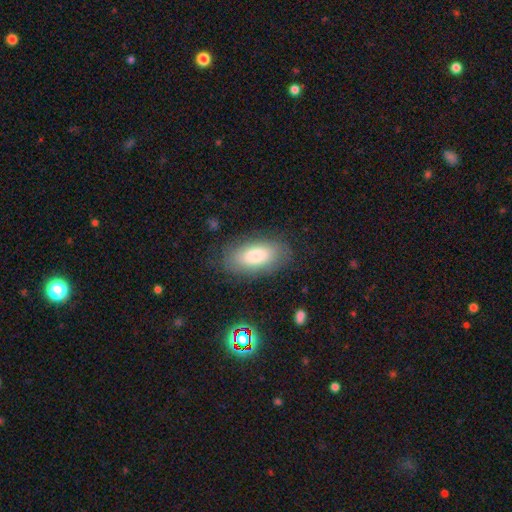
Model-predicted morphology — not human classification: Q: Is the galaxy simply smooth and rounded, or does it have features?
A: smooth — 79%.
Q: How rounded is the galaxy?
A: in between — 93%.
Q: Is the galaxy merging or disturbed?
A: none — 79%.